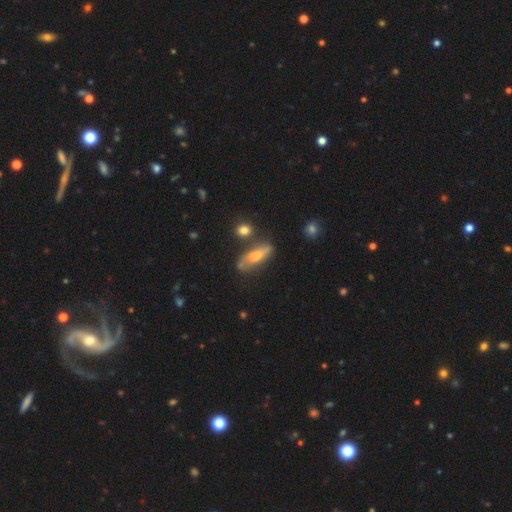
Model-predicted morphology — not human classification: The model was most divided on "smooth or featured": featured or disk: 51%, smooth: 41%, star or artifact: 8%. More confident: merging — none (68%); edge-on disk — yes (55%).